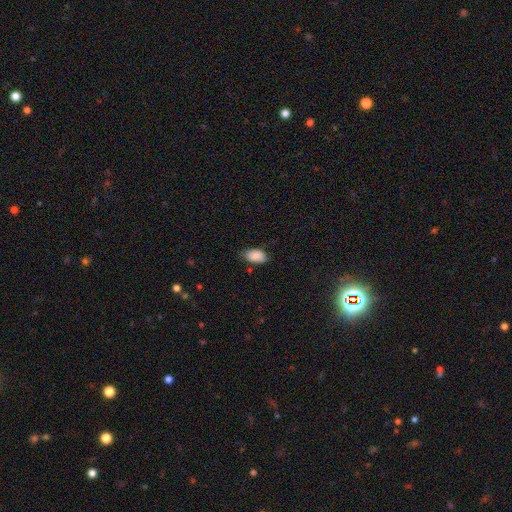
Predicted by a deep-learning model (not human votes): Smooth or featured?
  - smooth: 88% *
  - star or artifact: 7%
  - featured or disk: 5%
How rounded?
  - in between: 93% *
  - round: 5%
  - cigar-shaped: 2%
Merging?
  - none: 67% *
  - minor disturbance: 27%
  - major disturbance: 4%
  - merger: 2%